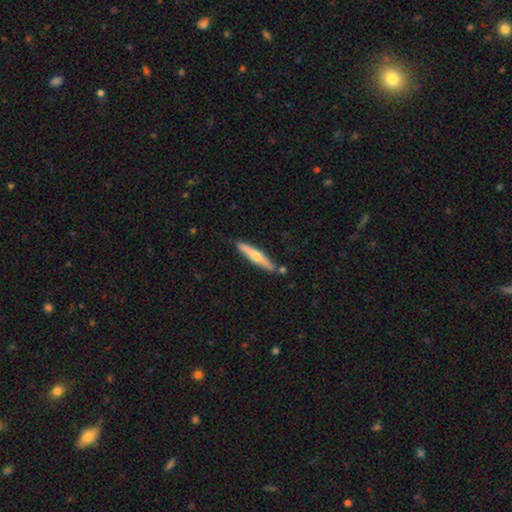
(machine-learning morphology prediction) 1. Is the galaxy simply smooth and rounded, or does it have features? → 51% featured or disk, 44% smooth, 5% star or artifact.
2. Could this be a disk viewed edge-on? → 93% yes, 7% no.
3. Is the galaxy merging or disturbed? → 81% none, 11% minor disturbance, 5% merger, 2% major disturbance.